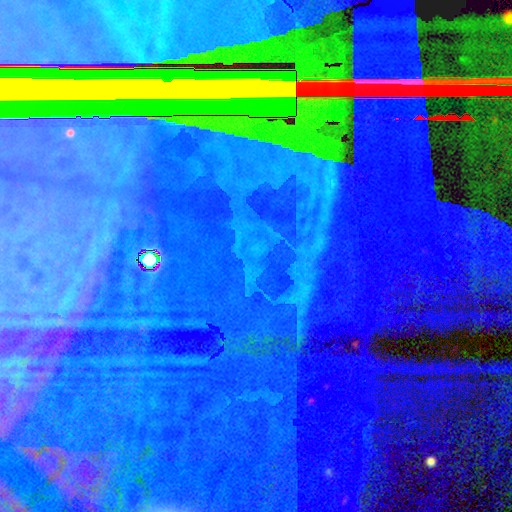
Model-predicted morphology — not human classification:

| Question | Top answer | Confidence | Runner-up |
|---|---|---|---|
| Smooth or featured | star or artifact | 87% | featured or disk (8%) |